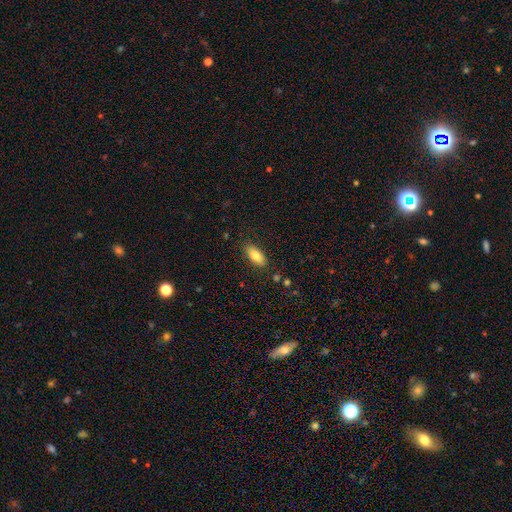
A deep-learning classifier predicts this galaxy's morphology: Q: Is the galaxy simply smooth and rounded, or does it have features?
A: smooth — 80%.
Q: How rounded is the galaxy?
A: in between — 86%.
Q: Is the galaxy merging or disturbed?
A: none — 86%.